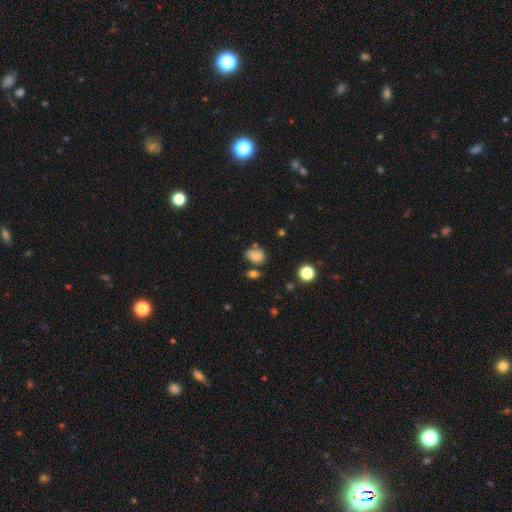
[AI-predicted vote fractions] A smooth galaxy with no disk features (81%) that is in between round and cigar-shaped (69%).

Vote fractions:
- Smooth or featured? smooth: 81% / star or artifact: 12% / featured or disk: 8%
- How rounded? in between: 69% / round: 30% / cigar-shaped: 1%
- Merging? none: 59% / minor disturbance: 22% / merger: 12% / major disturbance: 6%